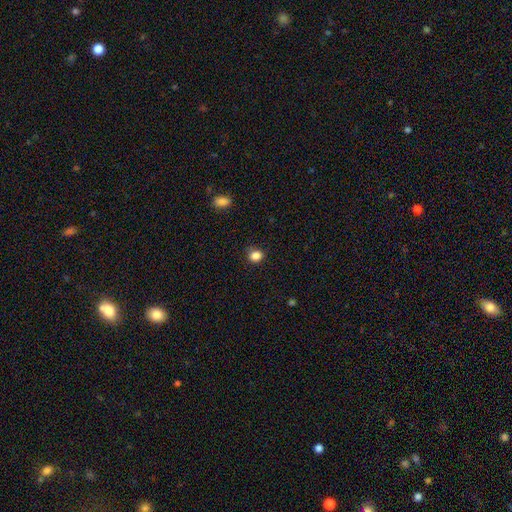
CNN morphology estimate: Smooth or featured? Predicted: smooth (p=0.85). How rounded? Predicted: round (p=0.71). Merging? Predicted: none (p=0.83).